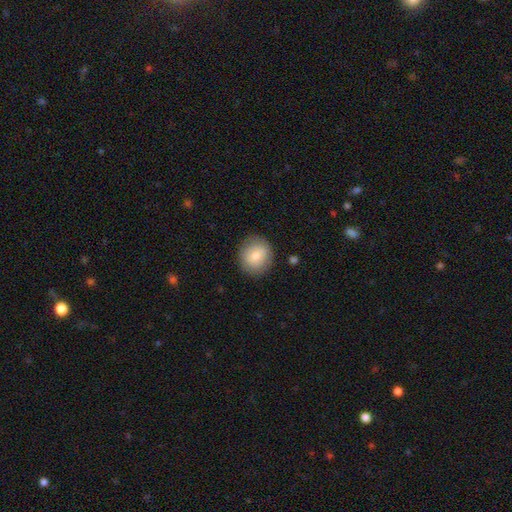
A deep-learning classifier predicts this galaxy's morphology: The model was most divided on "smooth or featured": smooth: 78%, featured or disk: 15%, star or artifact: 7%. More confident: merging — none (86%); how rounded — round (84%).